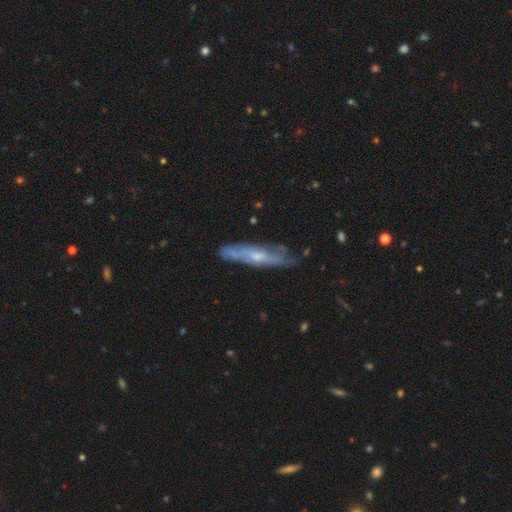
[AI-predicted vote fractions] Smooth or featured?
  - featured or disk: 61% *
  - smooth: 33%
  - star or artifact: 7%
Edge-on disk?
  - yes: 62% *
  - no: 38%
Merging?
  - none: 73% *
  - minor disturbance: 21%
  - major disturbance: 4%
  - merger: 2%